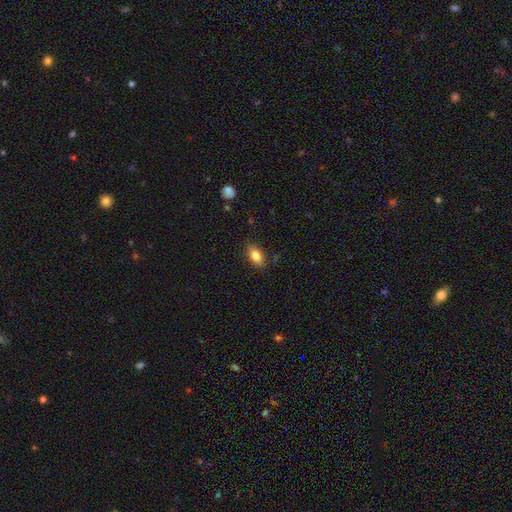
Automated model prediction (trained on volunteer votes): smooth 83%, featured or disk 9%, star or artifact 8%. Down the decision tree: how rounded — in between (88%); merging — none (84%).